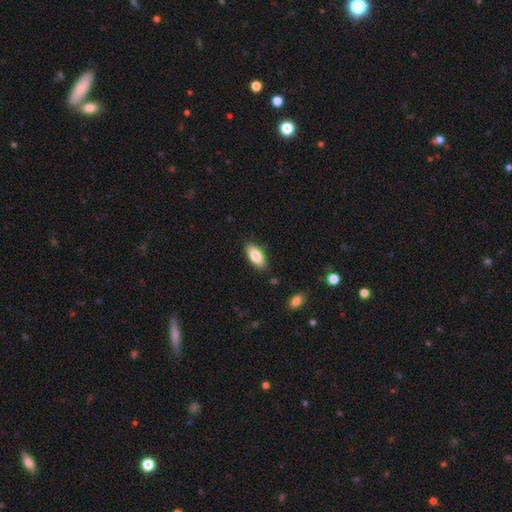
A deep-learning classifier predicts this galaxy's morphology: This is clearly a smooth galaxy (83%). How rounded: clearly in between (89%). Merging: clearly none (86%).